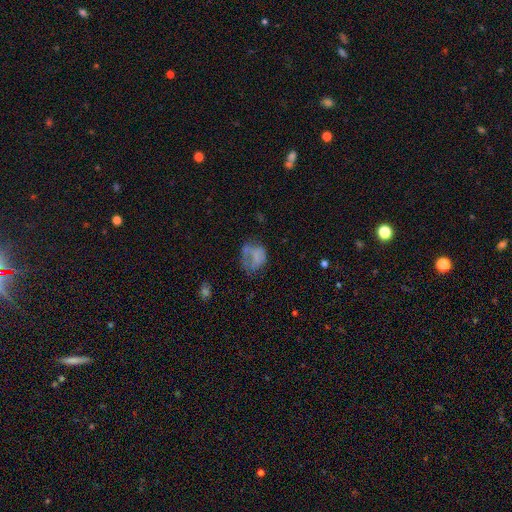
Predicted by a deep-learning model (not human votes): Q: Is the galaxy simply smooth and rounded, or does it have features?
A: smooth — 56%.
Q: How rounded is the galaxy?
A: in between — 50%.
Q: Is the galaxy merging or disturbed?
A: none — 35%.